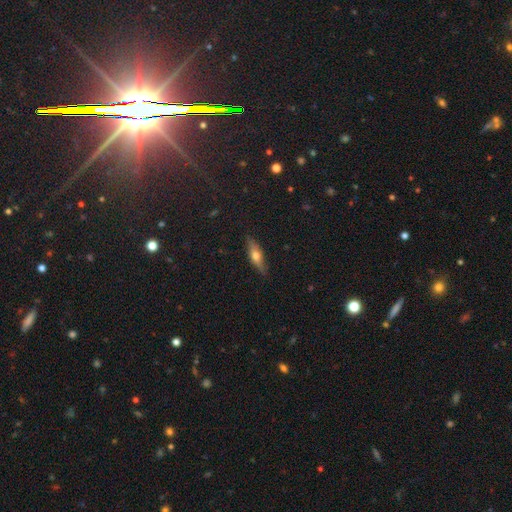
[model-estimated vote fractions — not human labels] smooth_or_featured: featured or disk (p=0.49) [alt: smooth p=0.43]
merging: none (p=0.84) [alt: minor disturbance p=0.12]